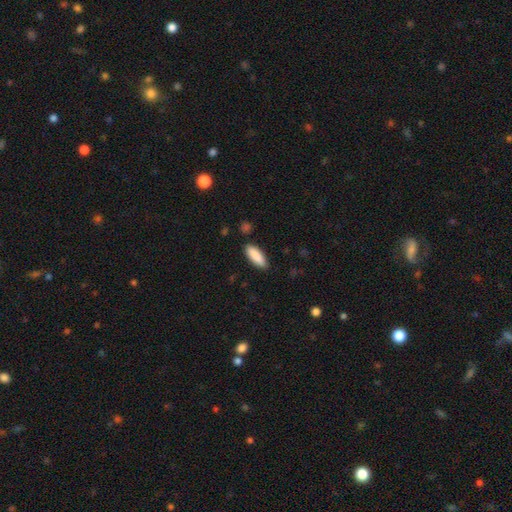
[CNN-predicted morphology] A smooth galaxy with no disk features (89%) that is in between round and cigar-shaped (64%). Merging: none (86%).